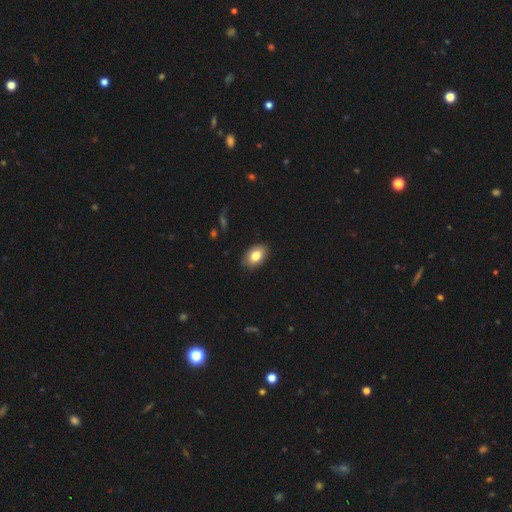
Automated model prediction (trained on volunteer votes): smooth-or-featured: smooth: 81% | featured or disk: 11% | star or artifact: 7%
  how-rounded: in between: 89% | round: 9% | cigar-shaped: 1%
  merging: none: 86% | minor disturbance: 11% | major disturbance: 2% | merger: 1%